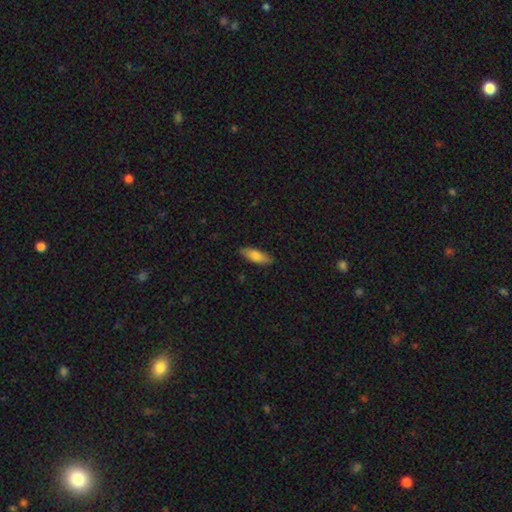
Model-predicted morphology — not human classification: A smooth galaxy with no disk features (78%) that is in between round and cigar-shaped (63%). Merging: none (86%).